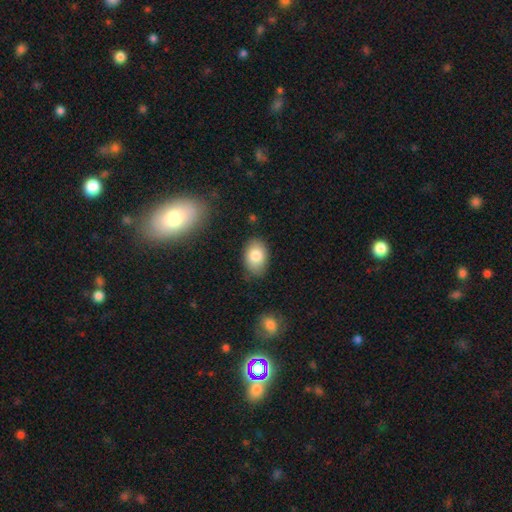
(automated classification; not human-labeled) A smooth galaxy with no disk features (82%) that is in between round and cigar-shaped (83%). Merging: none (81%).